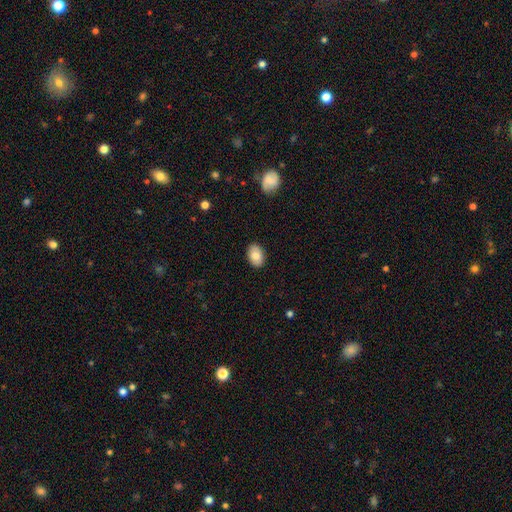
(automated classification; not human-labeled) A smooth galaxy with no disk features (83%) that is in between round and cigar-shaped (86%). Merging: none (89%).